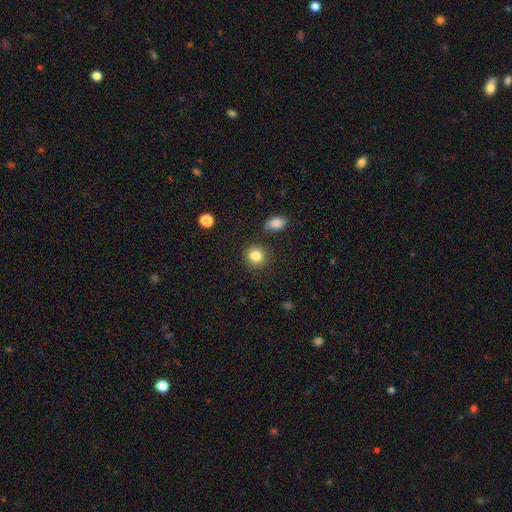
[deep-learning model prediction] A smooth galaxy with no disk features (85%) that is round (88%).

Vote fractions:
- Smooth or featured? smooth: 85% / star or artifact: 9% / featured or disk: 6%
- How rounded? round: 88% / in between: 11% / cigar-shaped: 1%
- Merging? none: 86% / minor disturbance: 8% / merger: 3% / major disturbance: 3%